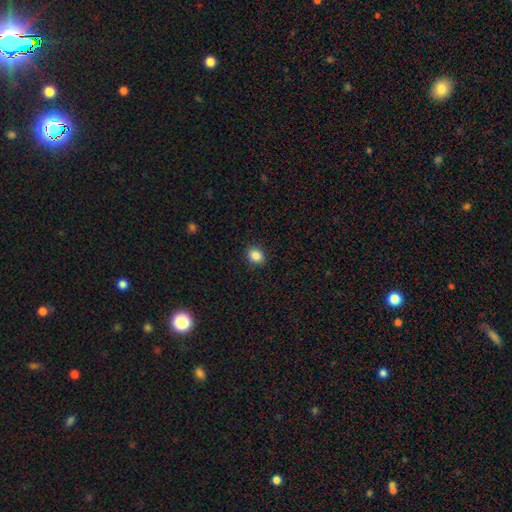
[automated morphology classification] This is clearly a smooth galaxy (86%). How rounded: possibly round (57%). Merging: clearly none (90%).